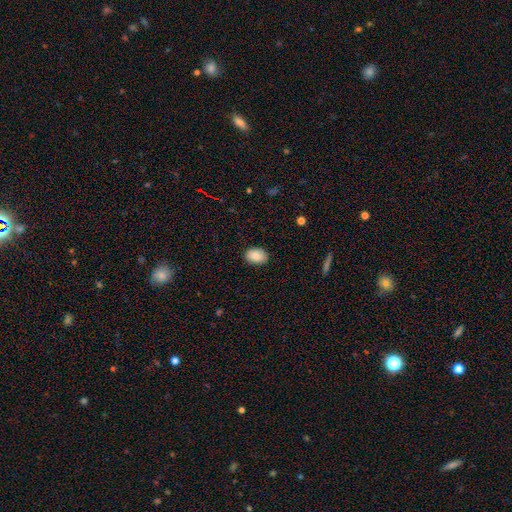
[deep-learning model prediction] This is clearly a smooth galaxy (88%). How rounded: clearly in between (83%). Merging: clearly none (85%).